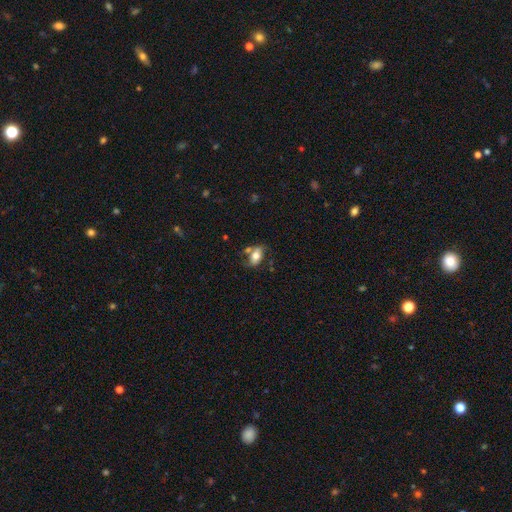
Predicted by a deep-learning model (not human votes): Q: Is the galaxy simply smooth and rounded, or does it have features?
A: smooth — 60%.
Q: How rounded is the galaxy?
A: in between — 87%.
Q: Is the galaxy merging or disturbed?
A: none — 50%.